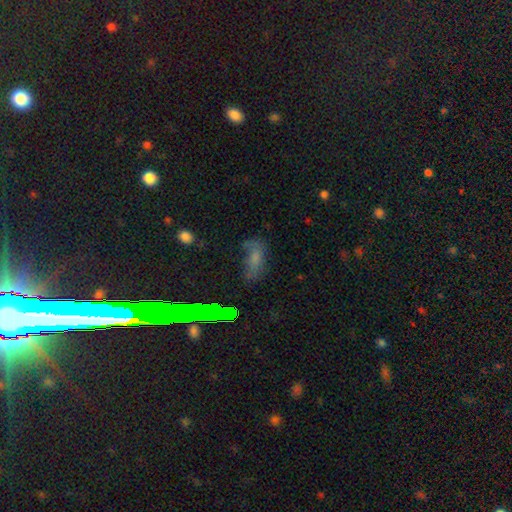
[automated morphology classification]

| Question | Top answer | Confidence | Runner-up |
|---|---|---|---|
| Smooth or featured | smooth | 53% | featured or disk (26%) |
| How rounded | in between | 77% | cigar-shaped (16%) |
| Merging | none | 49% | minor disturbance (27%) |